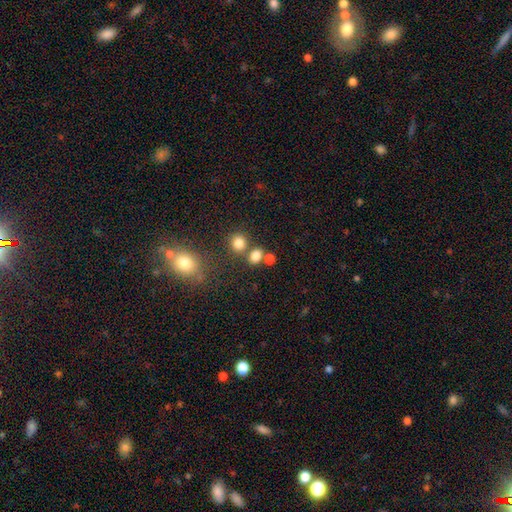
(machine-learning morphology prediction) type=smooth (79%); roundness=in between (53%); merging=none (61%).